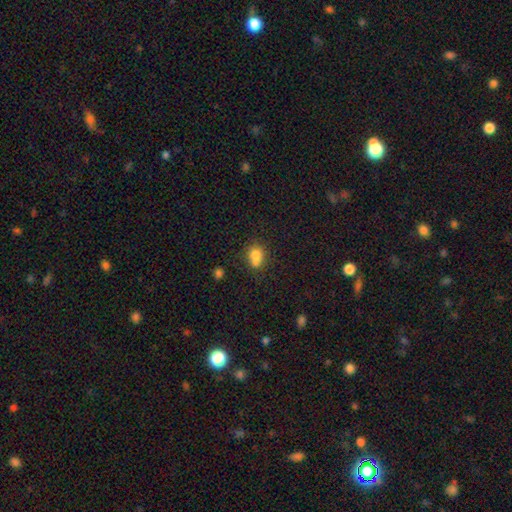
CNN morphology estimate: A smooth galaxy with no disk features (77%) that is in between round and cigar-shaped (51%).

Vote fractions:
- Smooth or featured? smooth: 77% / star or artifact: 12% / featured or disk: 11%
- How rounded? in between: 51% / round: 48% / cigar-shaped: 2%
- Merging? none: 41% / merger: 34% / minor disturbance: 18% / major disturbance: 7%